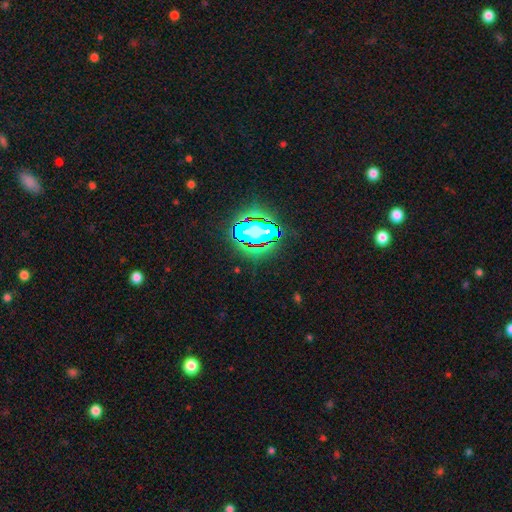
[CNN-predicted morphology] Q: Smooth or featured?
A: star or artifact (68%); runner-up: smooth (18%)